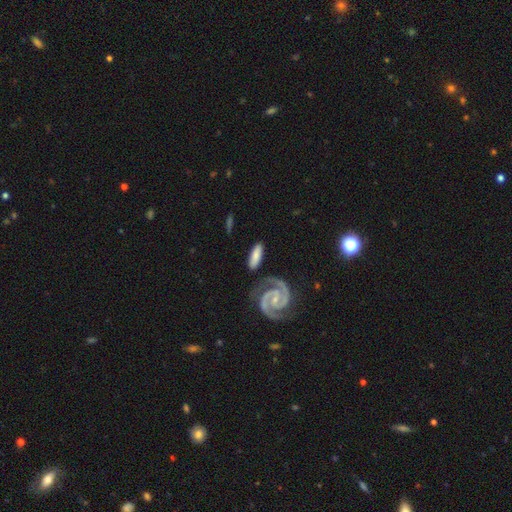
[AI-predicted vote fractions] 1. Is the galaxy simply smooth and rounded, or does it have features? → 49% smooth, 45% featured or disk, 6% star or artifact.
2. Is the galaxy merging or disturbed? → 74% none, 15% minor disturbance, 6% merger, 4% major disturbance.